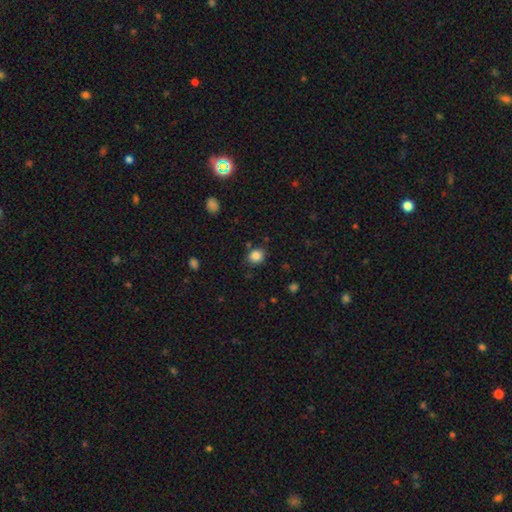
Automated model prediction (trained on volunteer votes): Smooth or featured?
  - smooth: 85% *
  - star or artifact: 11%
  - featured or disk: 4%
How rounded?
  - round: 73% *
  - in between: 27%
  - cigar-shaped: 1%
Merging?
  - none: 82% *
  - minor disturbance: 11%
  - merger: 3%
  - major disturbance: 3%